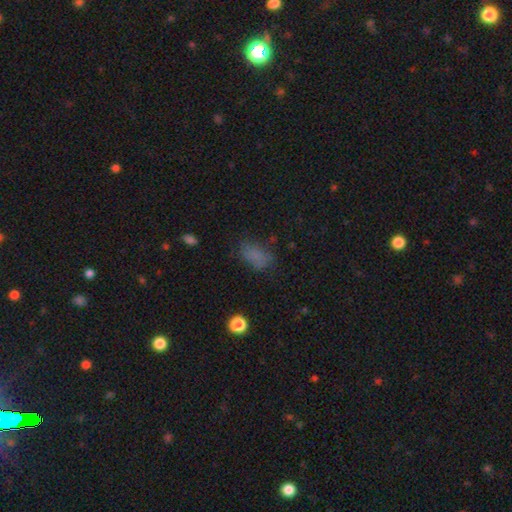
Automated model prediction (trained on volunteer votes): This is likely a smooth galaxy (74%). How rounded: clearly in between (87%). Merging: likely none (63%).